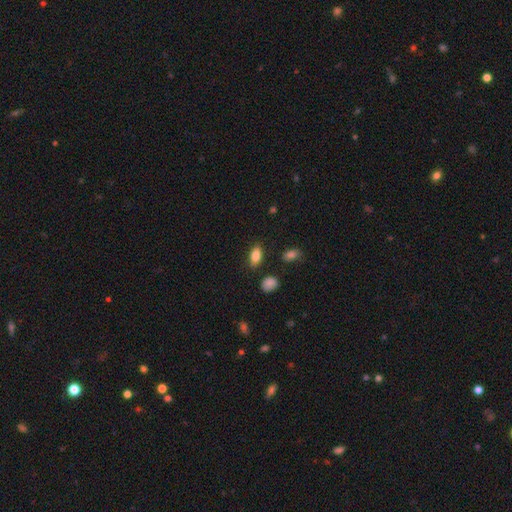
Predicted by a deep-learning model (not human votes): Smooth or featured: smooth — 82% (featured or disk — 10%)
How rounded: in between — 87% (cigar-shaped — 7%)
Merging: none — 84% (minor disturbance — 11%)